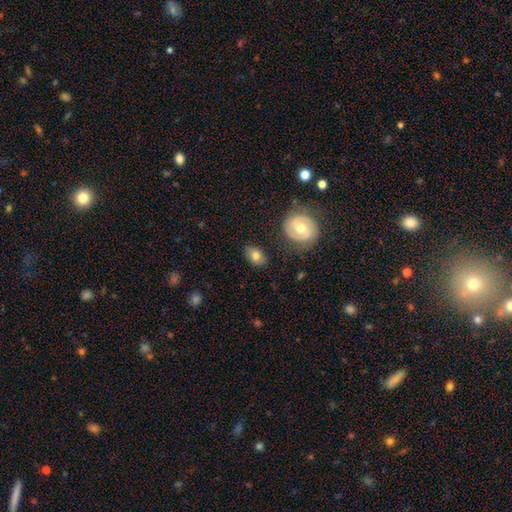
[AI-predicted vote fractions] Smooth or featured? Predicted: smooth (p=0.73). How rounded? Predicted: in between (p=0.77). Merging? Predicted: none (p=0.78).